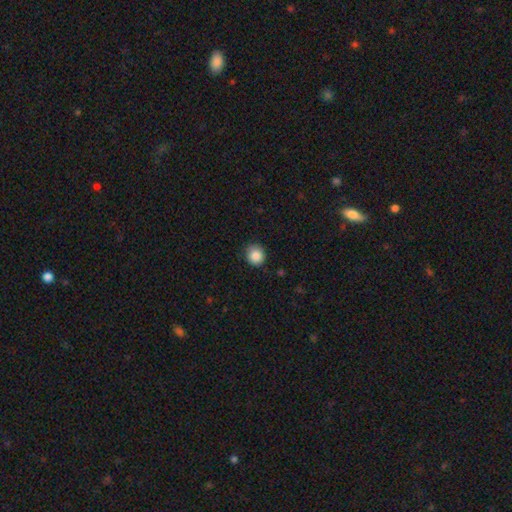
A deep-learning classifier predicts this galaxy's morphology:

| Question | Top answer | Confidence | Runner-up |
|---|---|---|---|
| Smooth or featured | smooth | 87% | star or artifact (9%) |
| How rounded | round | 90% | in between (9%) |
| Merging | none | 85% | minor disturbance (12%) |